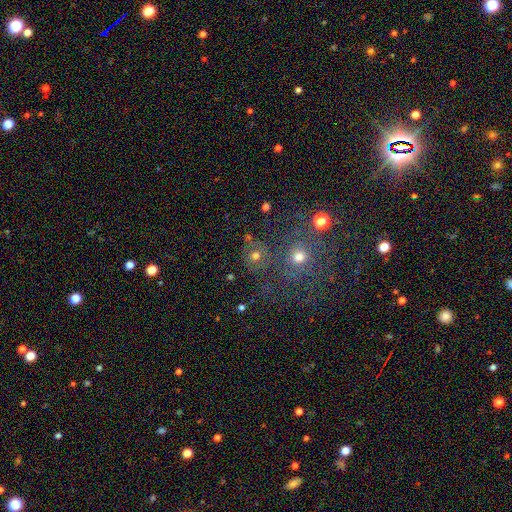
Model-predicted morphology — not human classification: smooth-or-featured: smooth: 61% | star or artifact: 22% | featured or disk: 17%
  how-rounded: round: 85% | in between: 14% | cigar-shaped: 1%
  merging: none: 65% | merger: 16% | minor disturbance: 11% | major disturbance: 8%